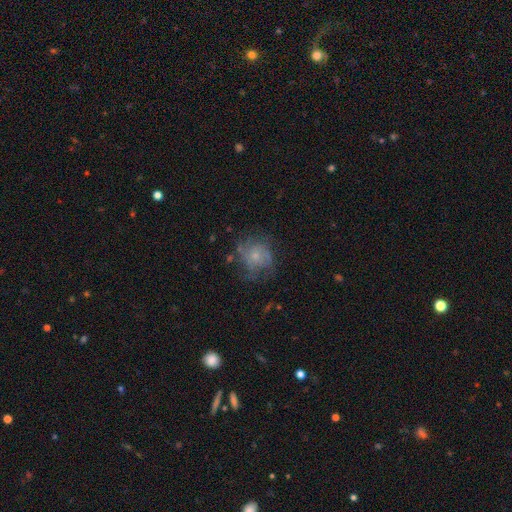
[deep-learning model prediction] The model was most divided on "smooth or featured": featured or disk: 49%, smooth: 40%, star or artifact: 11%. More confident: merging — none (55%).